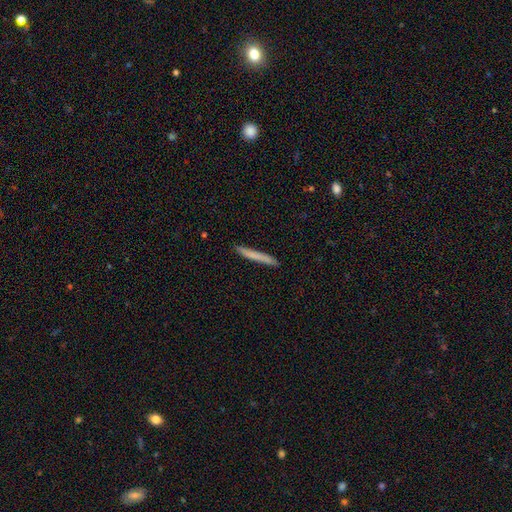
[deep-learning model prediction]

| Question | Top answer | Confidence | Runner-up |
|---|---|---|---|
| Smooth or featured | smooth | 72% | featured or disk (22%) |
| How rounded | cigar-shaped | 97% | in between (2%) |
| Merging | none | 91% | minor disturbance (6%) |